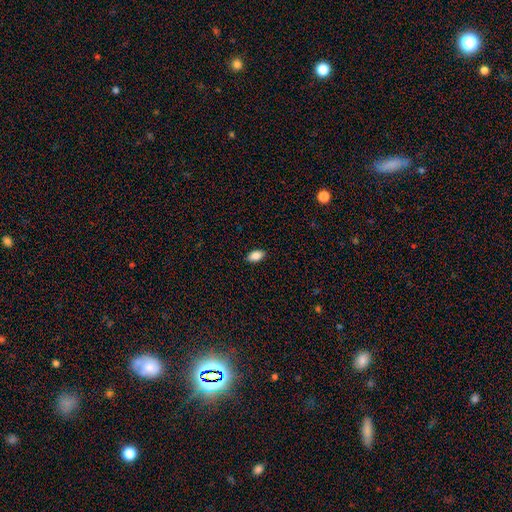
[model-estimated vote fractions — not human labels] A smooth galaxy with no disk features (86%) that is in between round and cigar-shaped (92%).

Vote fractions:
- Smooth or featured? smooth: 86% / star or artifact: 8% / featured or disk: 6%
- How rounded? in between: 92% / round: 5% / cigar-shaped: 3%
- Merging? none: 89% / minor disturbance: 8% / major disturbance: 2% / merger: 1%